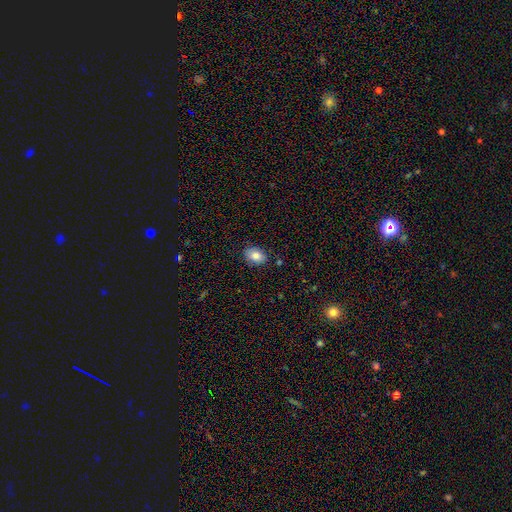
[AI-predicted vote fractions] smooth 82%, featured or disk 10%, star or artifact 8%. Down the decision tree: how rounded — in between (76%); merging — none (84%).